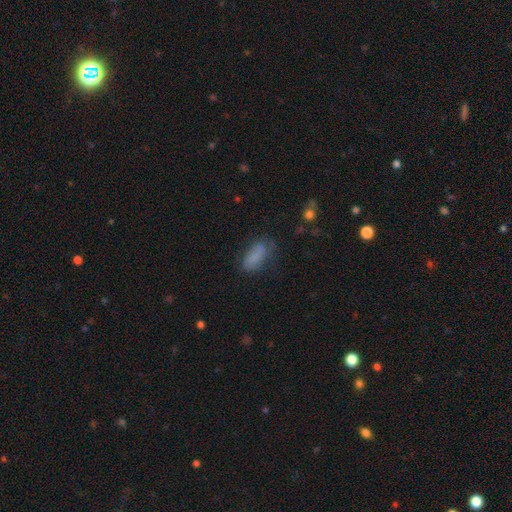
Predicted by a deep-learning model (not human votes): The model was most divided on "merging": none: 59%, minor disturbance: 26%, major disturbance: 12%, merger: 3%. More confident: how rounded — in between (76%); smooth or featured — smooth (76%).